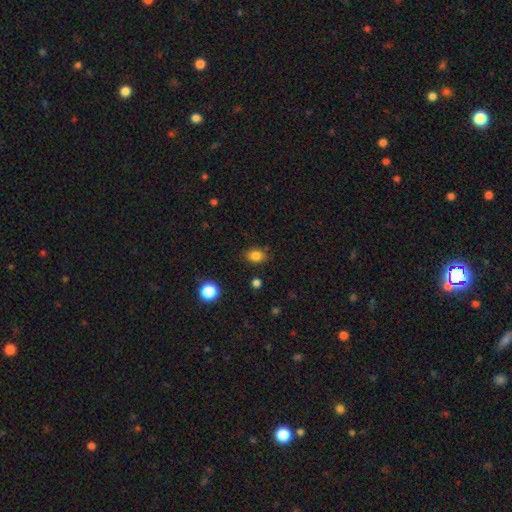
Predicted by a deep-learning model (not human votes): smooth_or_featured: smooth (p=0.83) [alt: star or artifact p=0.12]
how_rounded: in between (p=0.58) [alt: round p=0.41]
merging: none (p=0.82) [alt: minor disturbance p=0.13]